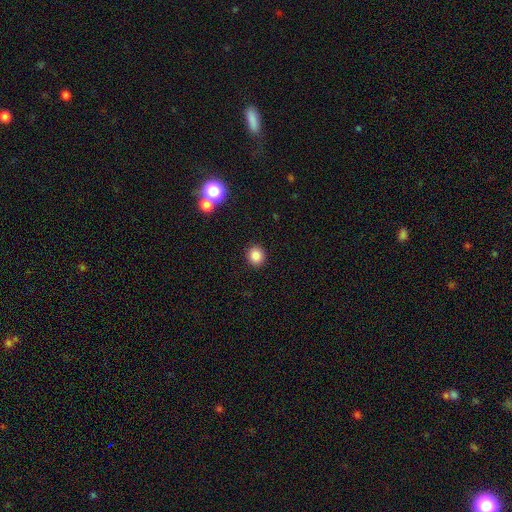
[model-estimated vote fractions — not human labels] This is clearly a smooth galaxy (85%). How rounded: clearly round (83%). Merging: clearly none (91%).